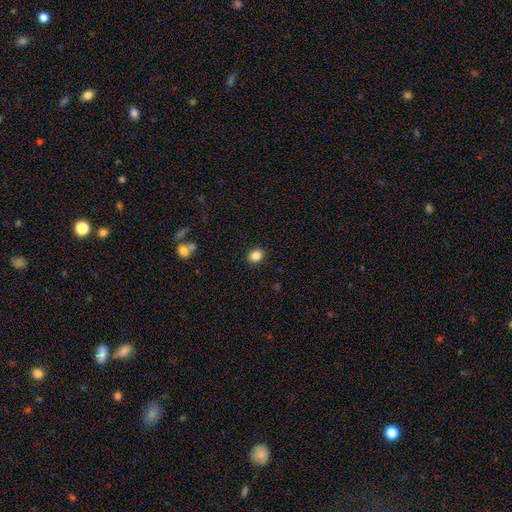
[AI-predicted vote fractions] smooth-or-featured: smooth: 86% | star or artifact: 10% | featured or disk: 4%
  how-rounded: round: 56% | in between: 43% | cigar-shaped: 1%
  merging: none: 91% | minor disturbance: 6% | major disturbance: 2% | merger: 1%